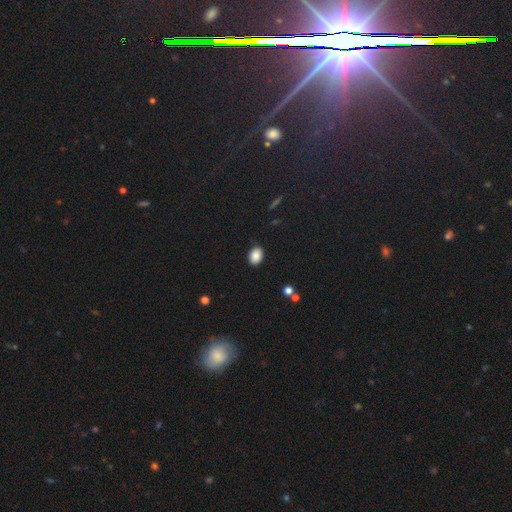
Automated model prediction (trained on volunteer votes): Smooth or featured? smooth (86%)
How rounded? in between (77%)
Merging? none (87%)